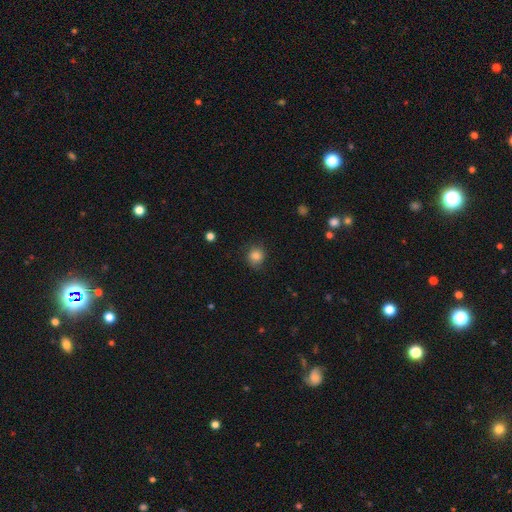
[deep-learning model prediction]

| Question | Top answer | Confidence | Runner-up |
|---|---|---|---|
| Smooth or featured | smooth | 81% | star or artifact (10%) |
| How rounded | round | 84% | in between (15%) |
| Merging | none | 75% | minor disturbance (18%) |